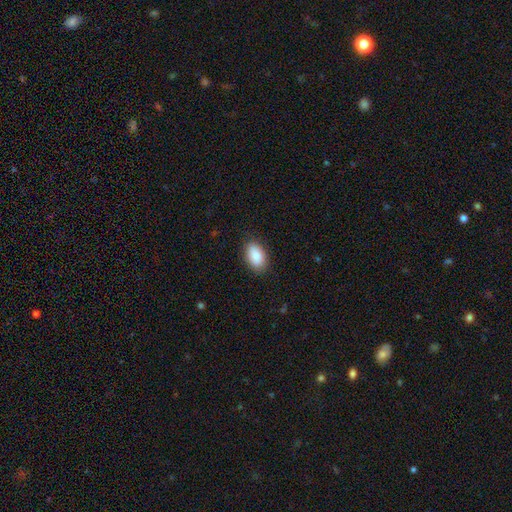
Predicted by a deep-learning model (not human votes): Smooth or featured?
  - smooth: 89% *
  - star or artifact: 7%
  - featured or disk: 5%
How rounded?
  - in between: 92% *
  - round: 6%
  - cigar-shaped: 1%
Merging?
  - none: 85% *
  - minor disturbance: 11%
  - major disturbance: 3%
  - merger: 1%